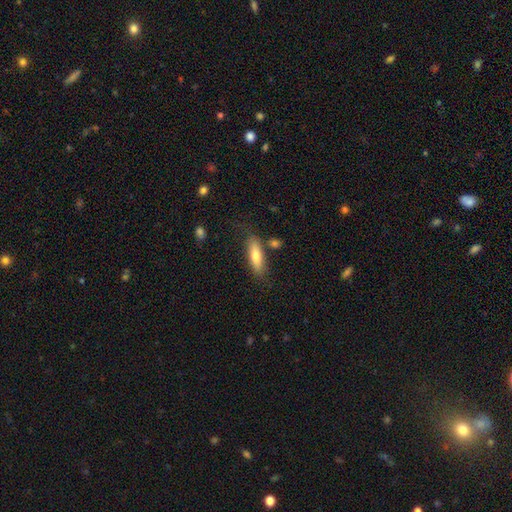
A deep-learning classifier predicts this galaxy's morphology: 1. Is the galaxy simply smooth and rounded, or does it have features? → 70% smooth, 23% featured or disk, 6% star or artifact.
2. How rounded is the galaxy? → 50% in between, 48% cigar-shaped, 2% round.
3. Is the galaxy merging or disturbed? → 74% none, 15% minor disturbance, 7% merger, 4% major disturbance.